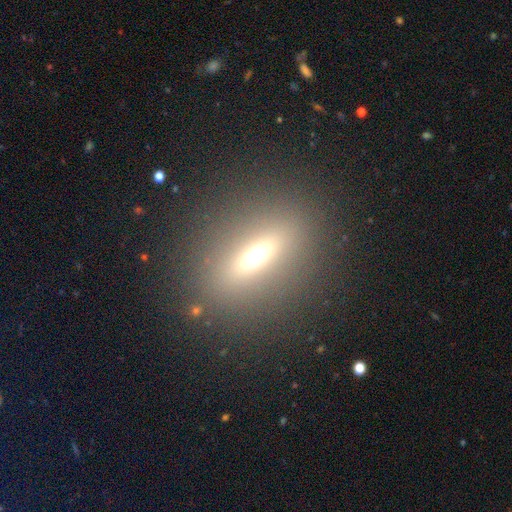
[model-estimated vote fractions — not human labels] Overall: smooth (46%; featured or disk 34%). Merging: none (84%).